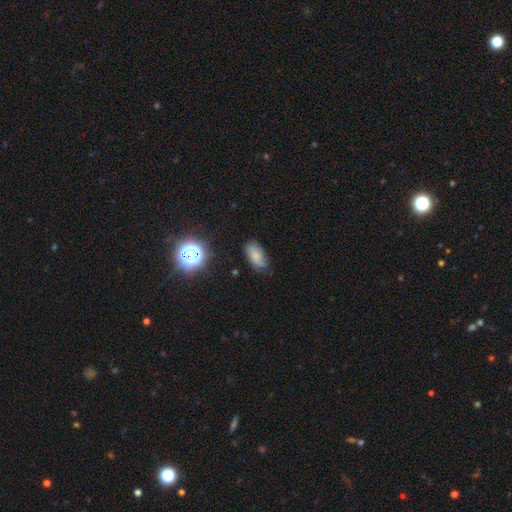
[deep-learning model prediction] Smooth or featured? smooth (67%)
How rounded? in between (90%)
Merging? none (66%)